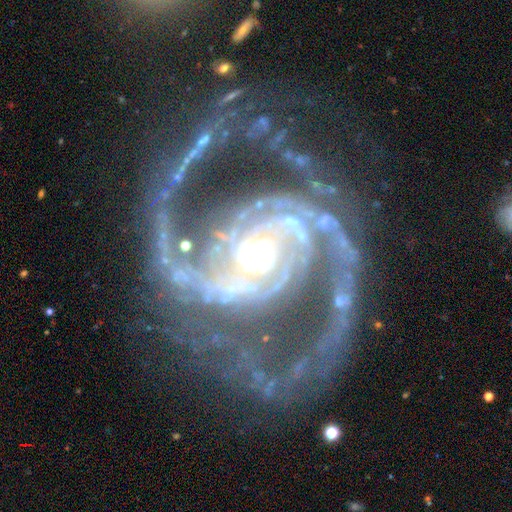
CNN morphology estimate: Smooth or featured: featured or disk — 92% (star or artifact — 5%)
Edge-on disk: no — 98% (yes — 2%)
Bar: no — 56% (weak — 25%)
Spiral arms: yes — 97% (no — 3%)
Spiral winding: medium — 42% (tight — 34%)
Spiral arm count: 2 — 41% (3 — 17%)
Bulge size: moderate — 61% (large — 24%)
Merging: none — 44% (major disturbance — 32%)